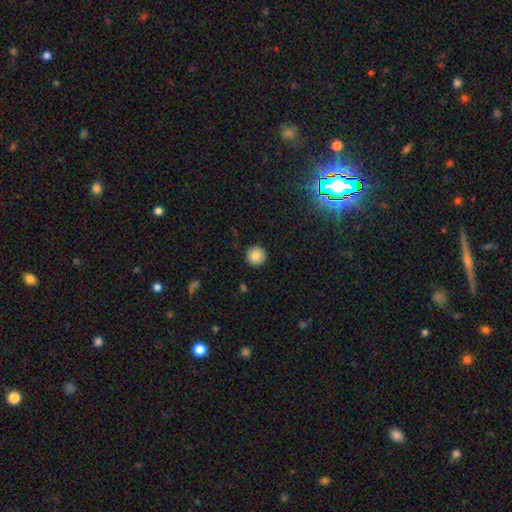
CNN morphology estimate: smooth-or-featured: smooth: 82% | star or artifact: 9% | featured or disk: 9%
  how-rounded: round: 96% | in between: 3% | cigar-shaped: 1%
  merging: none: 92% | minor disturbance: 5% | major disturbance: 2% | merger: 1%